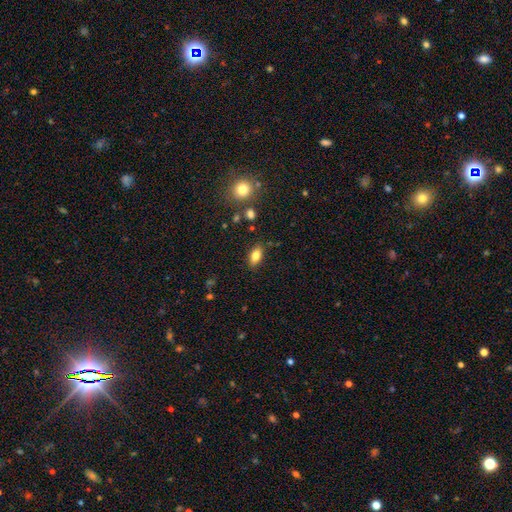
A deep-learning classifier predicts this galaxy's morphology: type=smooth (78%); roundness=in between (87%); merging=none (83%).